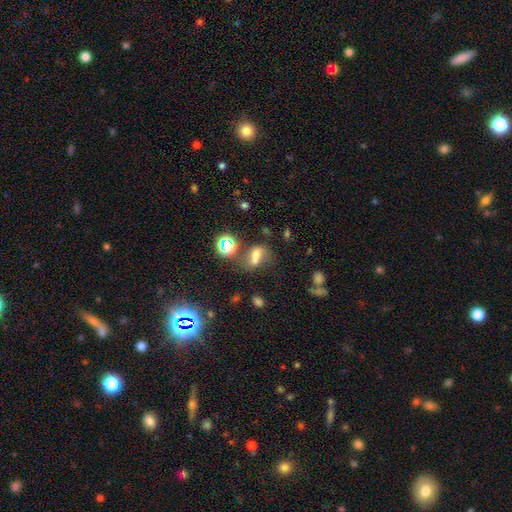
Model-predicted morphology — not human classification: A smooth galaxy with no disk features (52%) that is in between round and cigar-shaped (62%). Merging: merger (49%).